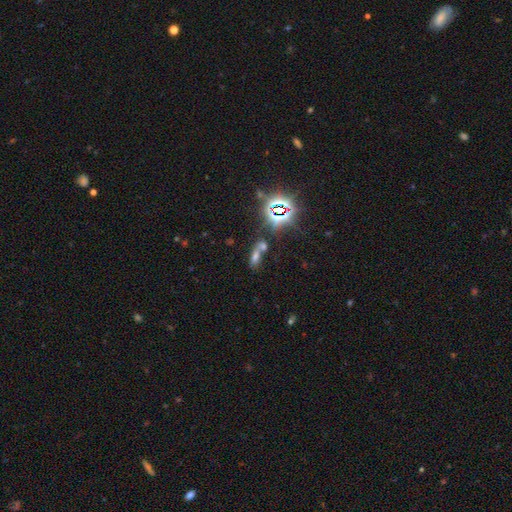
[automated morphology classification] Q: Smooth or featured?
A: star or artifact (44%); runner-up: smooth (41%)